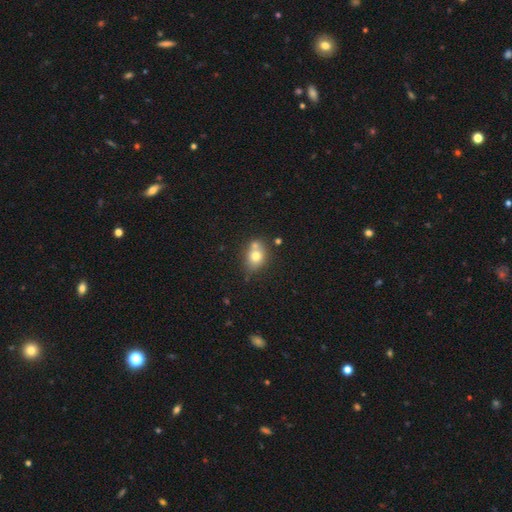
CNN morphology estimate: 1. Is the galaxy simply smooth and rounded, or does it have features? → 73% smooth, 16% featured or disk, 11% star or artifact.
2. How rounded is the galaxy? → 51% in between, 47% round, 1% cigar-shaped.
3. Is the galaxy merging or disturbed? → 49% none, 31% merger, 15% minor disturbance, 4% major disturbance.